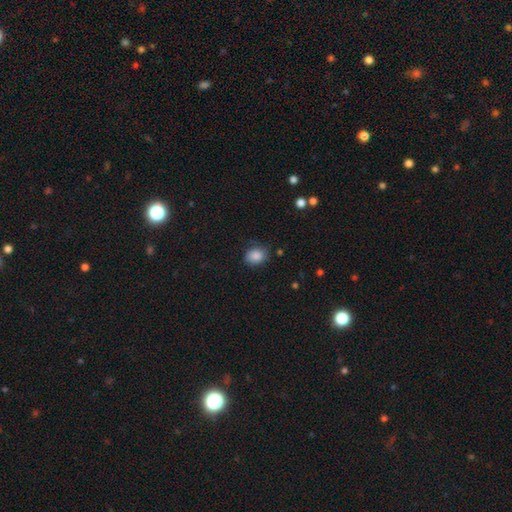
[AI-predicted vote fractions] A smooth galaxy with no disk features (87%) that is in between round and cigar-shaped (57%).

Vote fractions:
- Smooth or featured? smooth: 87% / star or artifact: 9% / featured or disk: 5%
- How rounded? in between: 57% / round: 42% / cigar-shaped: 1%
- Merging? none: 75% / minor disturbance: 19% / major disturbance: 4% / merger: 2%